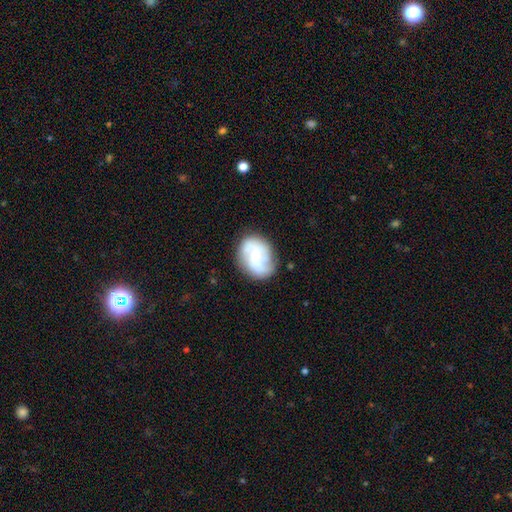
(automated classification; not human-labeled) This appears to be a featured or disk galaxy (62%) with no bar (66%), spiral arms (83%) and a small central bulge (56%). Merging: none (67%).